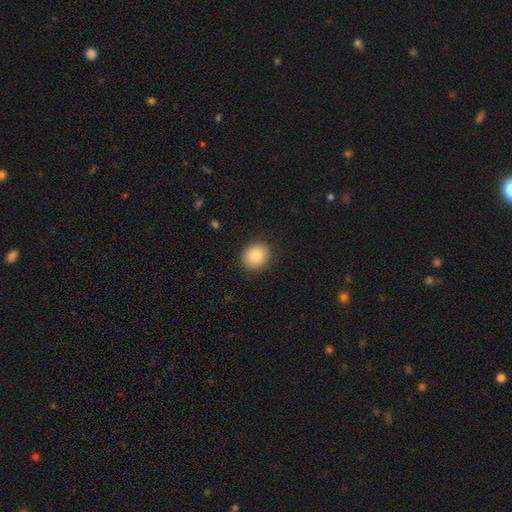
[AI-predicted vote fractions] smooth-or-featured: smooth: 86% | star or artifact: 8% | featured or disk: 6%
  how-rounded: round: 69% | in between: 30% | cigar-shaped: 1%
  merging: none: 89% | minor disturbance: 8% | major disturbance: 2% | merger: 1%